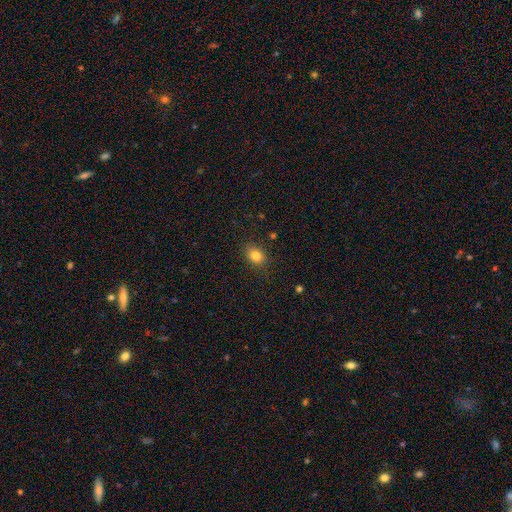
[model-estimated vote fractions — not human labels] Smooth or featured? Predicted: smooth (p=0.82). How rounded? Predicted: in between (p=0.56). Merging? Predicted: none (p=0.85).